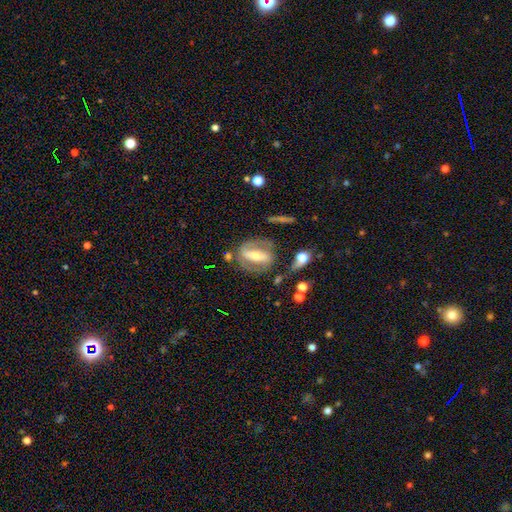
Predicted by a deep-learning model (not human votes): This is likely a featured or disk galaxy (75%). It is clearly not viewed edge-on (89%). Bar: likely strong (67%). Spiral arm pattern: likely yes (70%). Central bulge: possibly moderate (57%). Merging: likely none (67%).